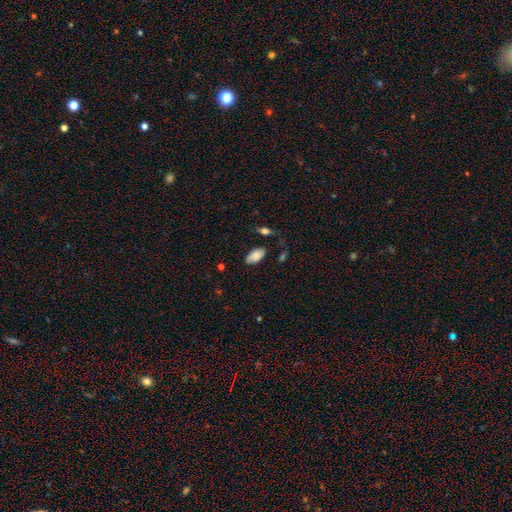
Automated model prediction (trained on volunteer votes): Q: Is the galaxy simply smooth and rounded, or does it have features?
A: smooth — 83%.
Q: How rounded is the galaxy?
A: in between — 94%.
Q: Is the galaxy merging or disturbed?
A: none — 74%.